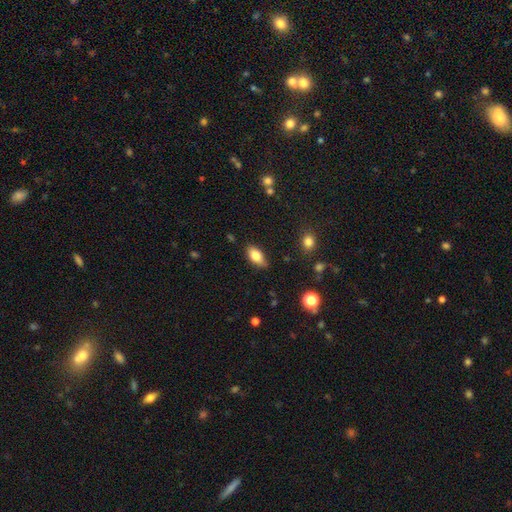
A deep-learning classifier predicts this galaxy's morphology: Q: Smooth or featured?
A: smooth (77%); runner-up: featured or disk (15%)
Q: How rounded?
A: in between (88%); runner-up: cigar-shaped (8%)
Q: Merging?
A: none (77%); runner-up: minor disturbance (18%)